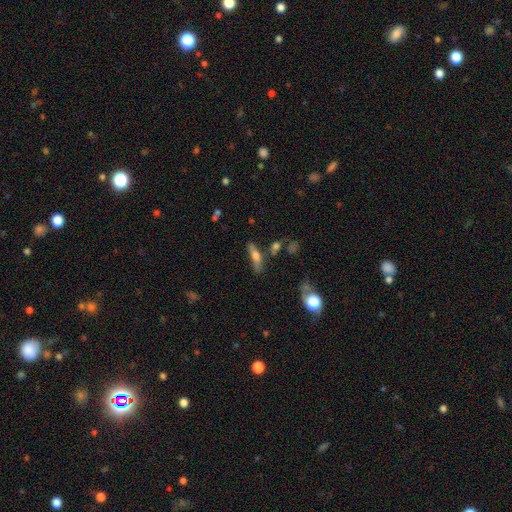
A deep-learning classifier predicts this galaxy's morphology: A smooth galaxy with no disk features (53%) that is cigar-shaped (63%).

Vote fractions:
- Smooth or featured? smooth: 53% / featured or disk: 38% / star or artifact: 9%
- How rounded? cigar-shaped: 63% / in between: 33% / round: 4%
- Merging? none: 64% / minor disturbance: 19% / merger: 10% / major disturbance: 7%